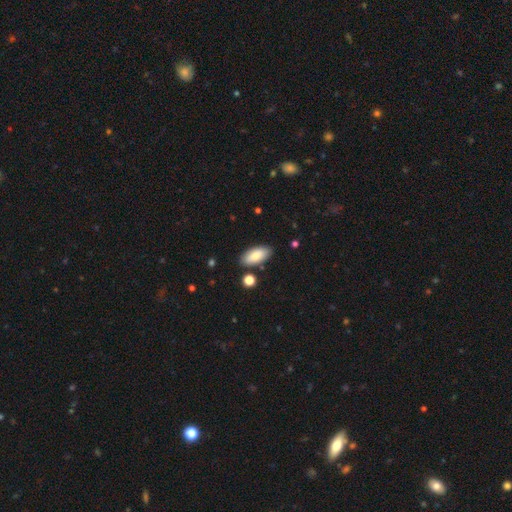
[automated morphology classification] The model was most divided on "merging": none: 84%, minor disturbance: 10%, merger: 4%, major disturbance: 2%. More confident: how rounded — in between (88%); smooth or featured — smooth (84%).